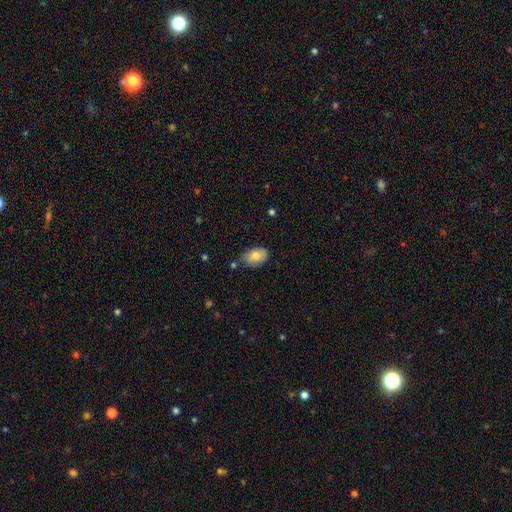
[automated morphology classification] Smooth or featured? Predicted: smooth (p=0.80). How rounded? Predicted: in between (p=0.91). Merging? Predicted: none (p=0.75).